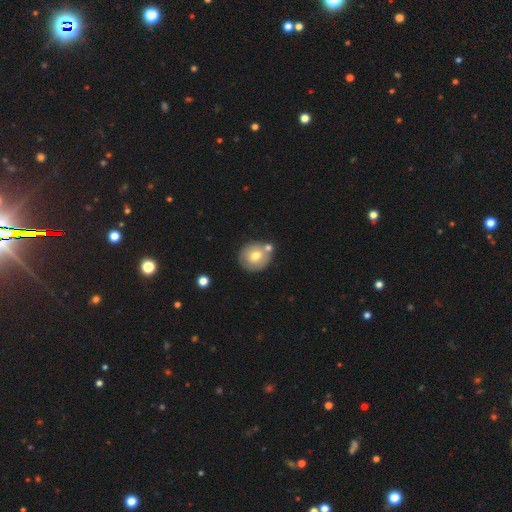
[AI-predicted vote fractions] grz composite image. It shows a smooth galaxy with no disk features (65%) that is round (84%). Merging: none (59%).